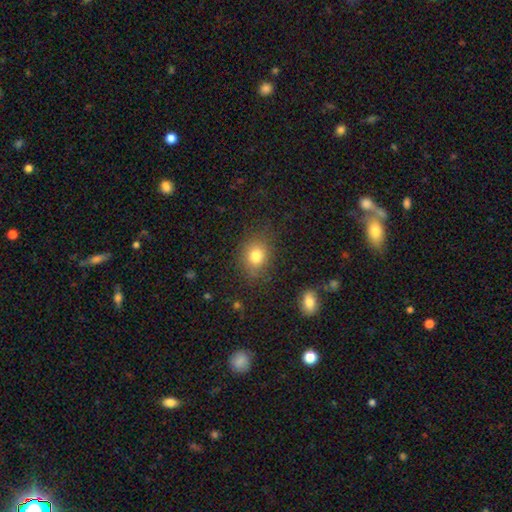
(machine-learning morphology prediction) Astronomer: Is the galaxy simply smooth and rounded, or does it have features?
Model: smooth — 80%.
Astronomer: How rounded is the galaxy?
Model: round — 56% (runner-up: in between, 43%).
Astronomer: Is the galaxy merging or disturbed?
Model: none — 77%.